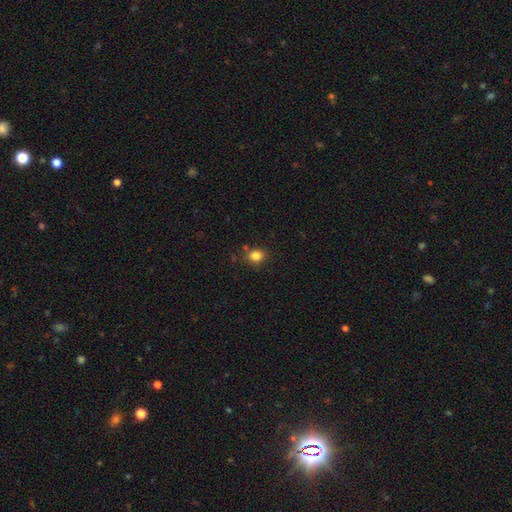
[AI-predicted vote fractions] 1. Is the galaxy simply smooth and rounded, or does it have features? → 83% smooth, 12% star or artifact, 5% featured or disk.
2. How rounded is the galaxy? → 64% round, 35% in between, 1% cigar-shaped.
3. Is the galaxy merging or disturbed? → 80% none, 13% minor disturbance, 4% merger, 3% major disturbance.